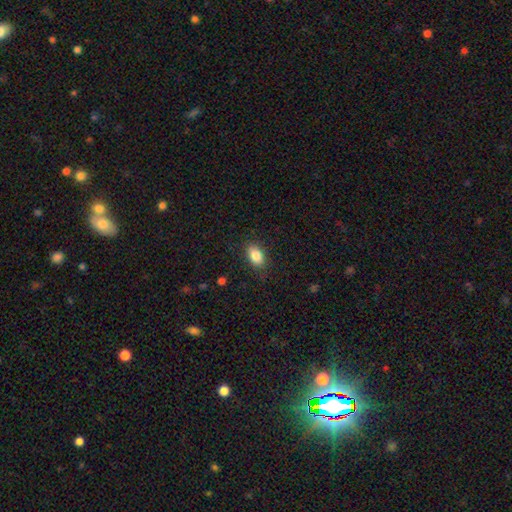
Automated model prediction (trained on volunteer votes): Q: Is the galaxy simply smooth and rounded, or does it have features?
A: smooth — 86%.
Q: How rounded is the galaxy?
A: in between — 89%.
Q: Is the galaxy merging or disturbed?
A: none — 85%.